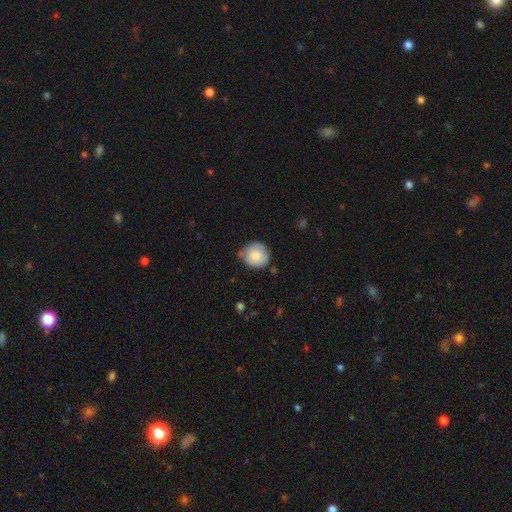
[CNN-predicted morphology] smooth-or-featured: smooth: 84% | featured or disk: 9% | star or artifact: 7%
  how-rounded: round: 89% | in between: 10% | cigar-shaped: 1%
  merging: none: 65% | minor disturbance: 26% | major disturbance: 4% | merger: 4%